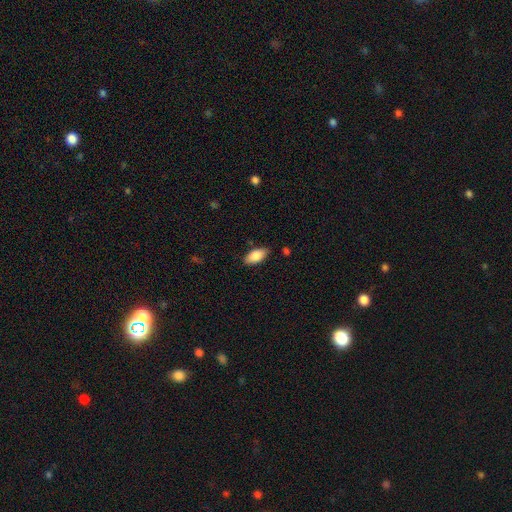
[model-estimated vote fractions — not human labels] The model was most divided on "merging": none: 83%, minor disturbance: 12%, major disturbance: 2%, merger: 2%. More confident: how rounded — in between (92%); smooth or featured — smooth (85%).